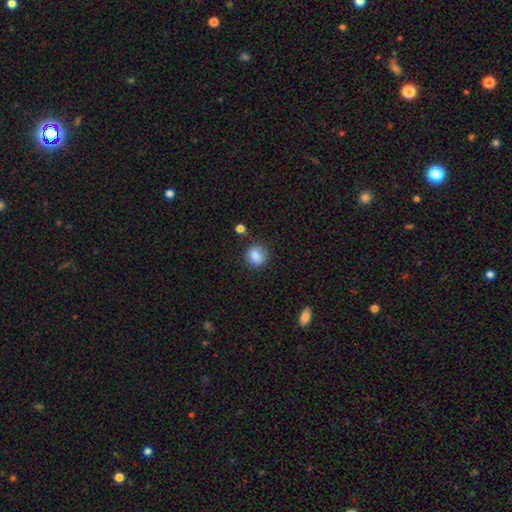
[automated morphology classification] This appears to be a smooth galaxy with no disk features (86%) that is round (79%). Merging: none (82%).